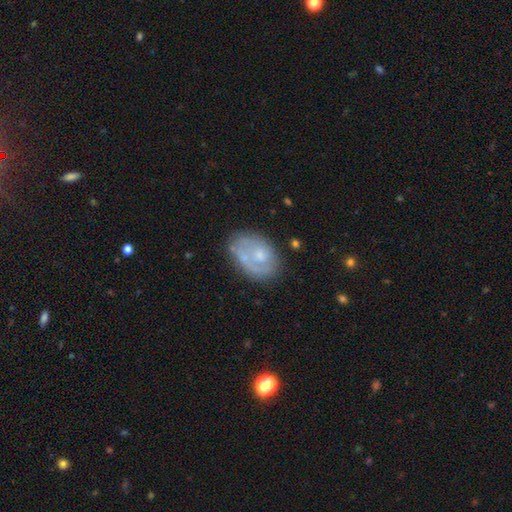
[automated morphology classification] featured or disk 52%, smooth 41%, star or artifact 7%. Down the decision tree: edge-on disk — no (96%); merging — none (58%).